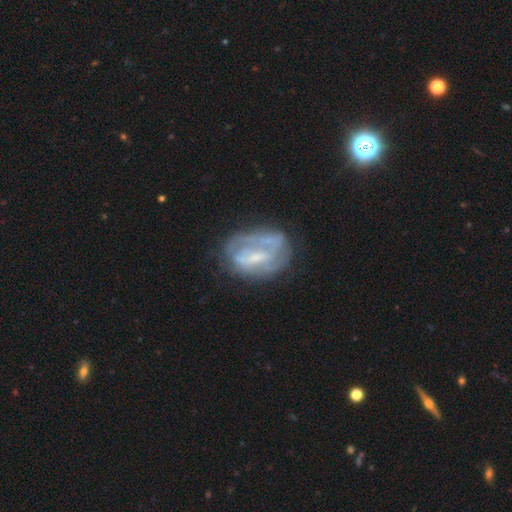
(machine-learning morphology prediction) smooth_or_featured: featured or disk (p=0.68) [alt: smooth p=0.23]
disk_edge_on: no (p=0.96) [alt: yes p=0.04]
bar: weak (p=0.42) [alt: strong p=0.30]
has_spiral_arms: no (p=0.53) [alt: yes p=0.47]
bulge_size: small (p=0.40) [alt: moderate p=0.30]
merging: none (p=0.50) [alt: minor disturbance p=0.25]